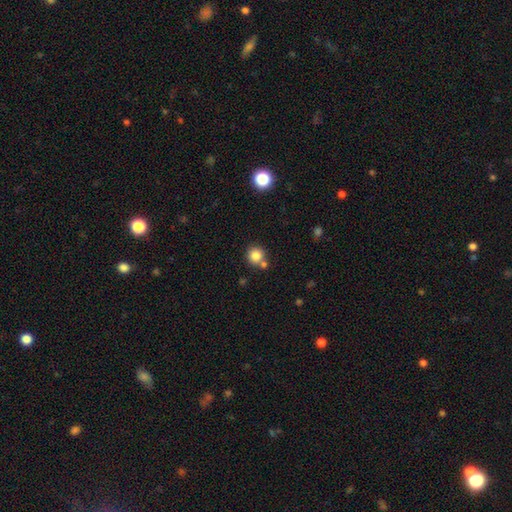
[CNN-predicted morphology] The model was most divided on "merging": none: 71%, merger: 18%, minor disturbance: 9%, major disturbance: 3%. More confident: how rounded — round (92%); smooth or featured — smooth (82%).